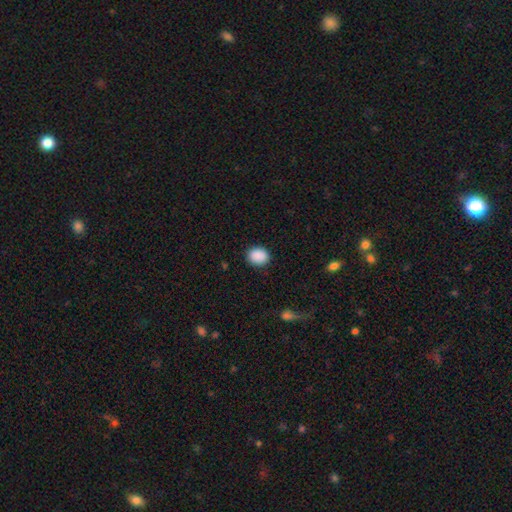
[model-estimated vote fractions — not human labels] A smooth galaxy with no disk features (90%) that is round (58%). Merging: none (89%).